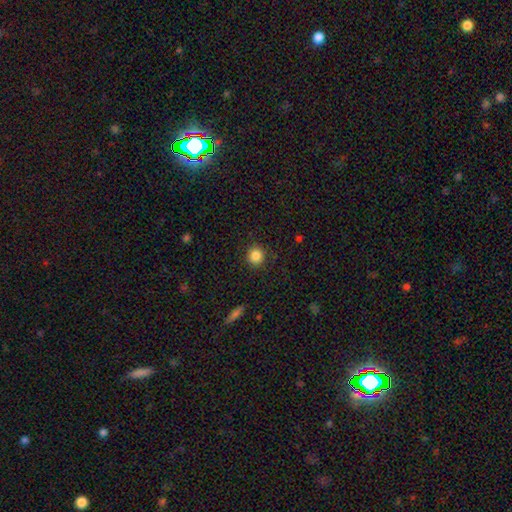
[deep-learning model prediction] A smooth galaxy with no disk features (86%) that is round (91%). Merging: none (90%).